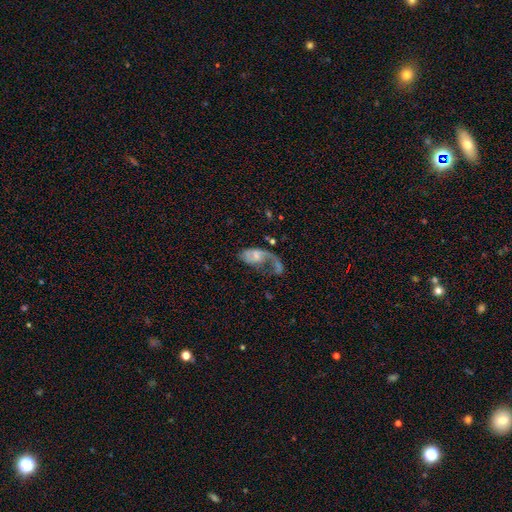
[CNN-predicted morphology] smooth-or-featured: featured or disk: 66% | smooth: 26% | star or artifact: 8%
  disk-edge-on: no: 96% | yes: 4%
    bar: no: 61% | weak: 33% | strong: 6%
    has-spiral-arms: yes: 77% | no: 23%
    bulge-size: small: 44% | moderate: 31% | none: 18% | large: 5% | dominant: 2%
  merging: major disturbance: 55% | none: 21% | minor disturbance: 14% | merger: 10%